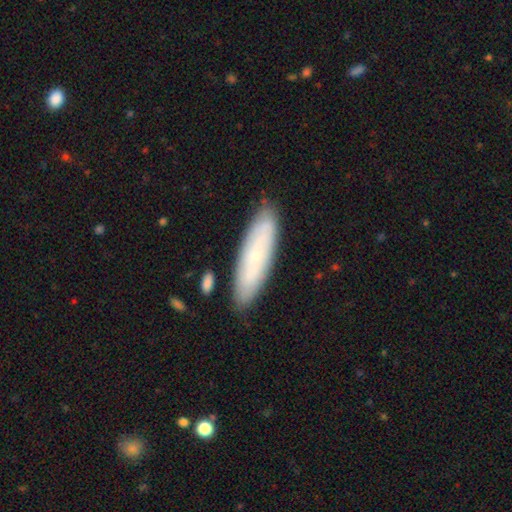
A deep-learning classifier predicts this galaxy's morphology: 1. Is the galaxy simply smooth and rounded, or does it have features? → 59% smooth, 34% featured or disk, 7% star or artifact.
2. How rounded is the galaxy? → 60% cigar-shaped, 39% in between, 2% round.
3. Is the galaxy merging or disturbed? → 84% none, 12% minor disturbance, 2% merger, 2% major disturbance.